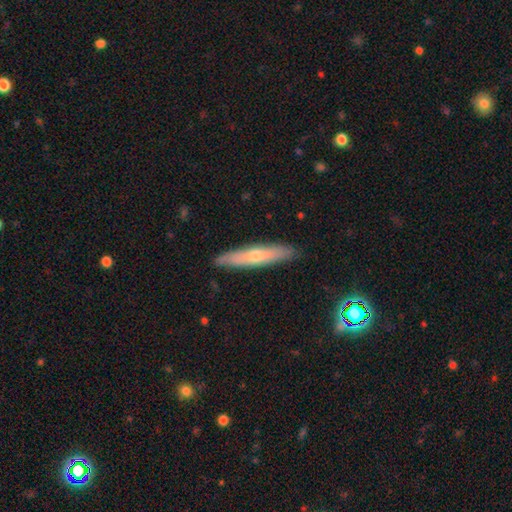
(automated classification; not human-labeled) Morphology: type=smooth (48%); merging=none (89%).